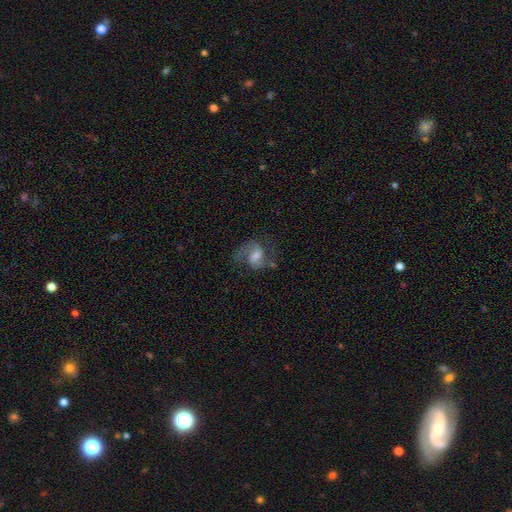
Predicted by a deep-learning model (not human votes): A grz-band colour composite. It shows a featured or disk galaxy (74%) with a weak bar (52%), 2 (84%) medium (49%) spiral arms (93%) and a moderate central bulge (43%). Merging: none (64%).